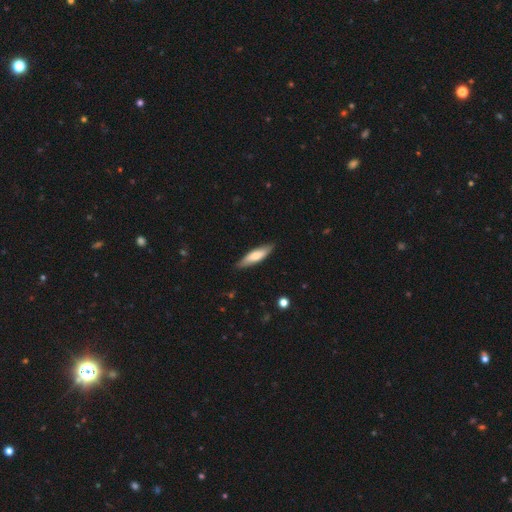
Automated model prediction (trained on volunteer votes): Smooth or featured: smooth — 66% (featured or disk — 29%)
How rounded: cigar-shaped — 67% (in between — 31%)
Merging: none — 85% (minor disturbance — 12%)